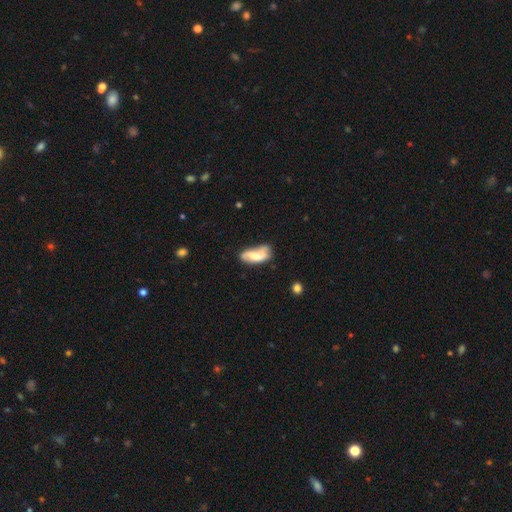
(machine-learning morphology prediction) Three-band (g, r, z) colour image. It shows a smooth galaxy with no disk features (48%). Merging: none (45%).